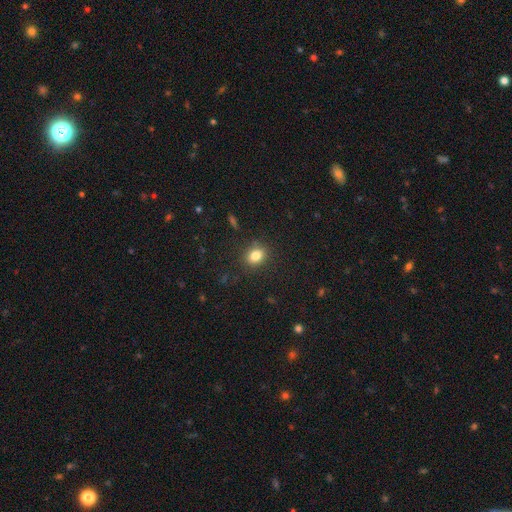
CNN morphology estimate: A smooth galaxy with no disk features (82%) that is in between round and cigar-shaped (54%).

Vote fractions:
- Smooth or featured? smooth: 82% / star or artifact: 11% / featured or disk: 7%
- How rounded? in between: 54% / round: 45% / cigar-shaped: 1%
- Merging? none: 87% / minor disturbance: 9% / major disturbance: 3% / merger: 1%